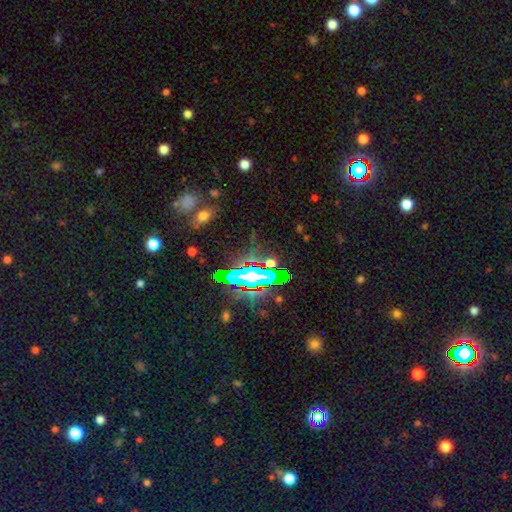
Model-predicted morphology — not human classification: Smooth or featured?
  - star or artifact: 77% *
  - smooth: 13%
  - featured or disk: 10%